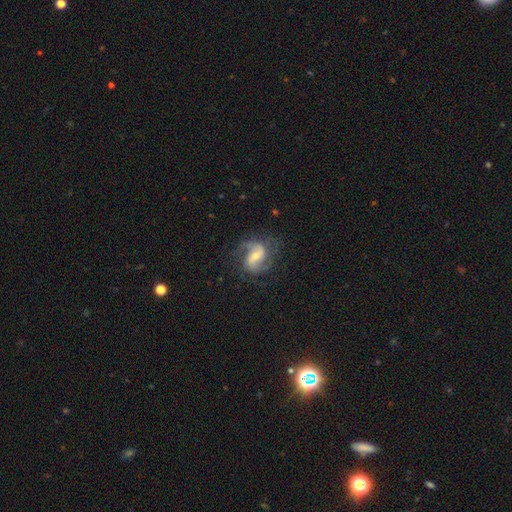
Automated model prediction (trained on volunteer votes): Overall: featured or disk (85%). Edge-on disk: no (98%). Bar: weak (47%; strong 27%). Spiral arms: yes (96%). Spiral arm count: 2 (83%). Spiral winding: medium (51%; loose 33%). Bulge size: small (51%; moderate 41%). Merging: none (70%).